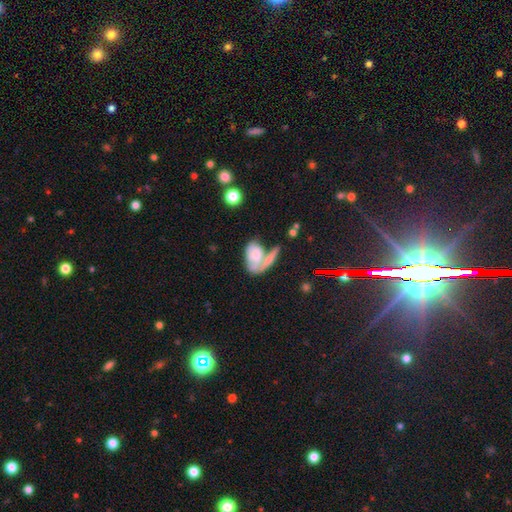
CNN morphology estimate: Smooth or featured: smooth — 57% (featured or disk — 35%)
How rounded: in between — 85% (round — 11%)
Merging: merger — 45% (none — 27%)